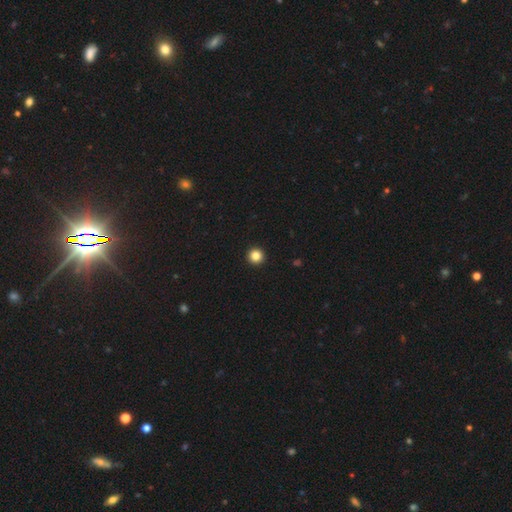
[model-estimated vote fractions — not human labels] smooth 85%, star or artifact 11%, featured or disk 4%. Down the decision tree: how rounded — round (96%); merging — none (95%).